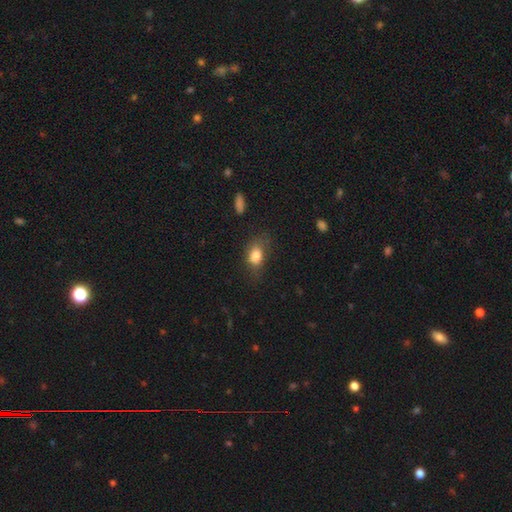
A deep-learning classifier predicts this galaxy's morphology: A smooth galaxy with no disk features (82%) that is in between round and cigar-shaped (75%).

Vote fractions:
- Smooth or featured? smooth: 82% / star or artifact: 9% / featured or disk: 9%
- How rounded? in between: 75% / round: 22% / cigar-shaped: 3%
- Merging? none: 60% / minor disturbance: 26% / major disturbance: 12% / merger: 2%